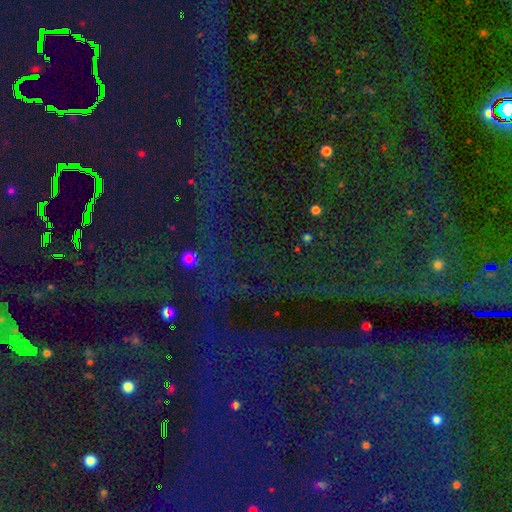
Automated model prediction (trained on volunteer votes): This appears to be a star or artifact, not a galaxy (84%).